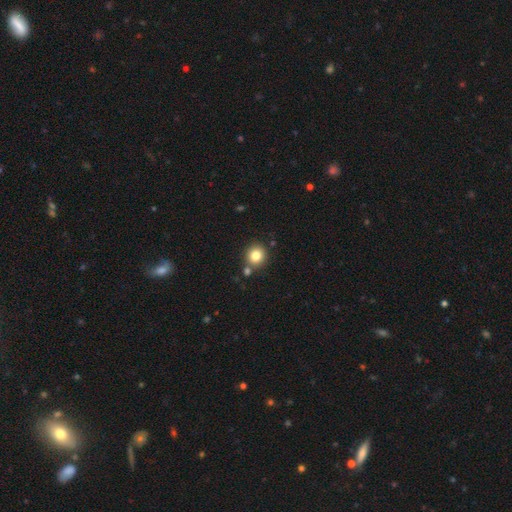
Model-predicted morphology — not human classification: The model was most divided on "merging": none: 78%, merger: 11%, minor disturbance: 9%, major disturbance: 3%. More confident: how rounded — round (88%); smooth or featured — smooth (82%).